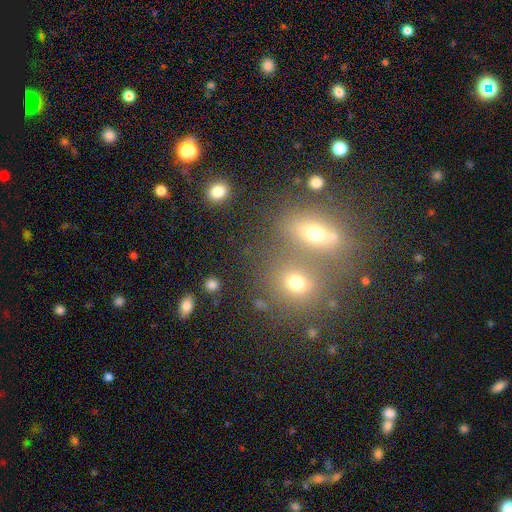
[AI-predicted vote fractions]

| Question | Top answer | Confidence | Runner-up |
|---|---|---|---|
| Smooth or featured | smooth | 57% | star or artifact (25%) |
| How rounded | round | 54% | in between (41%) |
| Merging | none | 48% | merger (40%) |